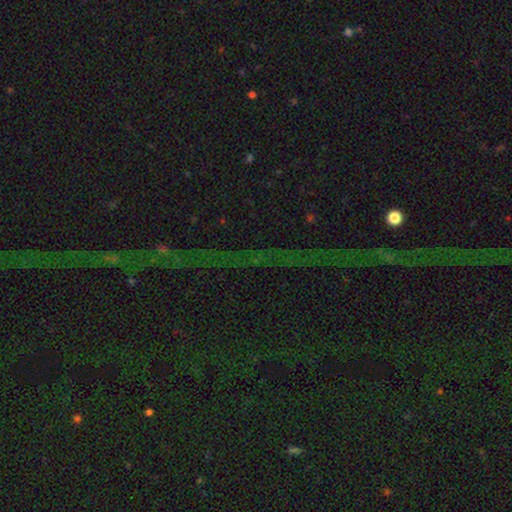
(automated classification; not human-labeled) Smooth or featured: star or artifact — 79% (featured or disk — 11%)